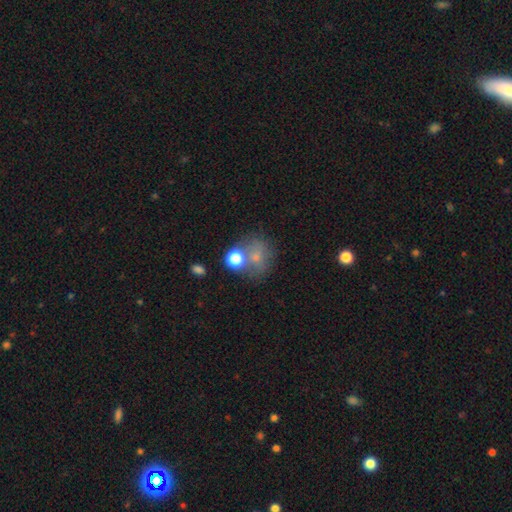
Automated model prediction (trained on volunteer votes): smooth-or-featured: smooth: 64% | star or artifact: 18% | featured or disk: 17%
  how-rounded: round: 74% | in between: 25% | cigar-shaped: 1%
  merging: none: 52% | merger: 23% | minor disturbance: 15% | major disturbance: 9%